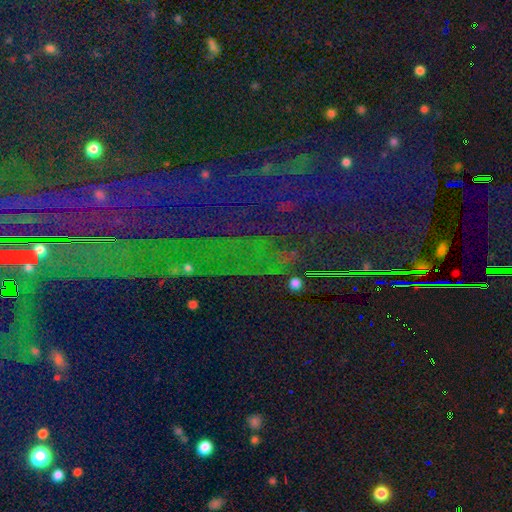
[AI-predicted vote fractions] smooth_or_featured: star or artifact (p=0.86) [alt: smooth p=0.07]